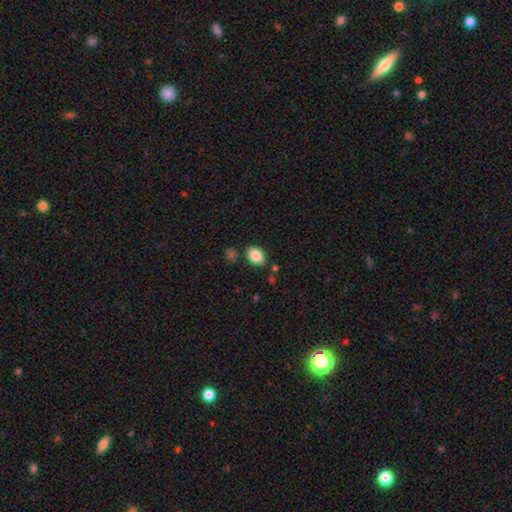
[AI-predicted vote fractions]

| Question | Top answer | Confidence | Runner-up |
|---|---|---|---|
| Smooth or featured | smooth | 86% | star or artifact (8%) |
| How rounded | in between | 79% | round (20%) |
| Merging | none | 81% | minor disturbance (11%) |